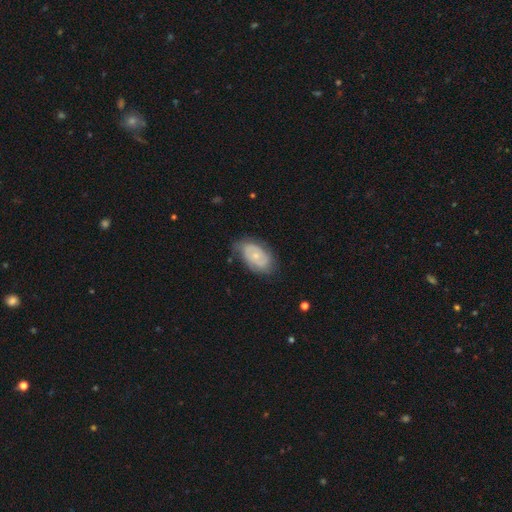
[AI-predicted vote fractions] Q: Smooth or featured?
A: featured or disk (66%); runner-up: smooth (28%)
Q: Edge-on disk?
A: no (96%); runner-up: yes (4%)
Q: Bar?
A: no (72%); runner-up: weak (24%)
Q: Spiral arms?
A: yes (83%); runner-up: no (17%)
Q: Spiral winding?
A: tight (55%); runner-up: medium (34%)
Q: Spiral arm count?
A: 2 (57%); runner-up: can't tell (29%)
Q: Bulge size?
A: small (67%); runner-up: moderate (27%)
Q: Merging?
A: none (67%); runner-up: minor disturbance (24%)